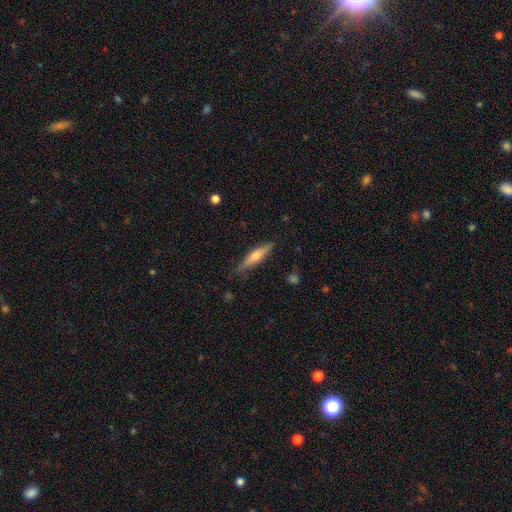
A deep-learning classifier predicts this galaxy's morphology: Q: Smooth or featured?
A: featured or disk (49%); runner-up: smooth (45%)
Q: Merging?
A: none (85%); runner-up: minor disturbance (11%)